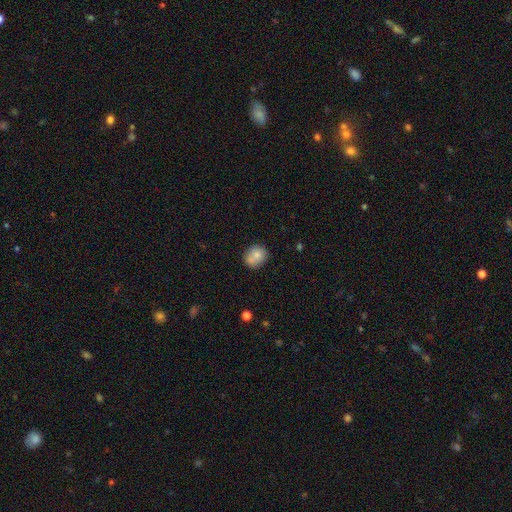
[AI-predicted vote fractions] Smooth or featured: smooth — 78% (featured or disk — 13%)
How rounded: round — 75% (in between — 24%)
Merging: none — 65% (minor disturbance — 17%)